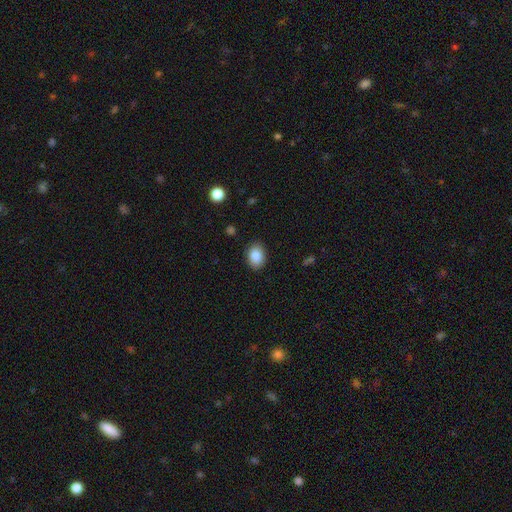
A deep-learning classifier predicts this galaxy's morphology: A smooth galaxy with no disk features (86%) that is in between round and cigar-shaped (72%). Merging: none (88%).